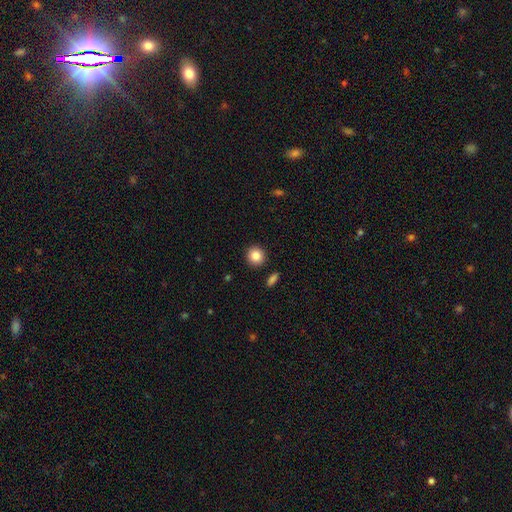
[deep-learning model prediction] smooth_or_featured: smooth (p=0.86) [alt: star or artifact p=0.09]
how_rounded: round (p=0.90) [alt: in between p=0.09]
merging: none (p=0.90) [alt: minor disturbance p=0.06]